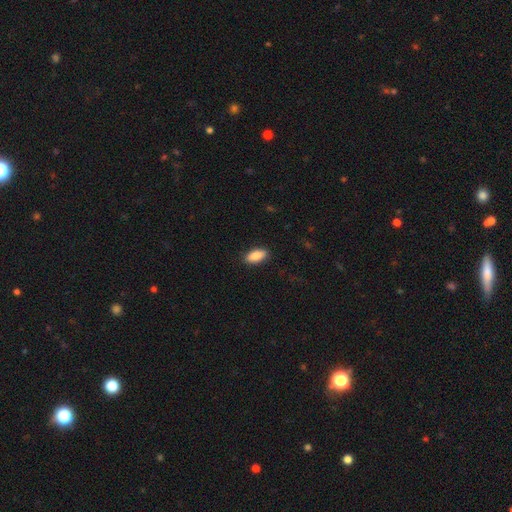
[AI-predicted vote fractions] The model was most divided on "how rounded": in between: 87%, cigar-shaped: 11%, round: 2%. More confident: merging — none (89%); smooth or featured — smooth (87%).